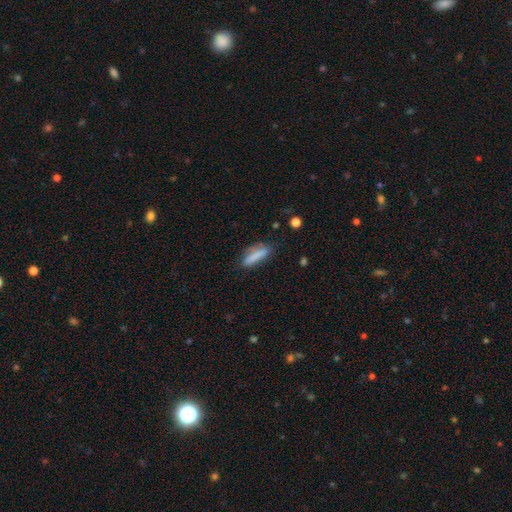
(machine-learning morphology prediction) Overall: smooth (79%). How rounded: cigar-shaped (71%). Merging: none (73%).